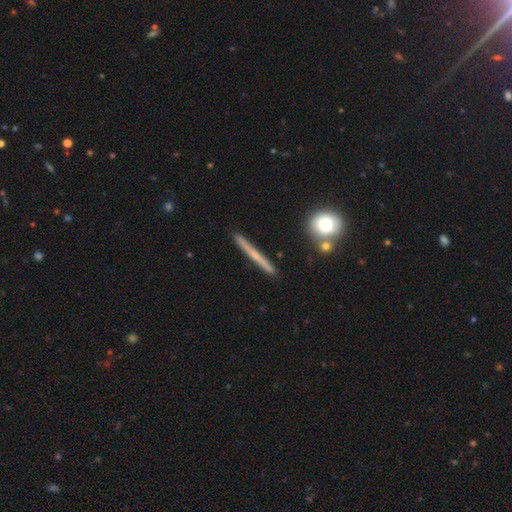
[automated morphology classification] Smooth or featured? Predicted: featured or disk (p=0.50). Merging? Predicted: none (p=0.90).